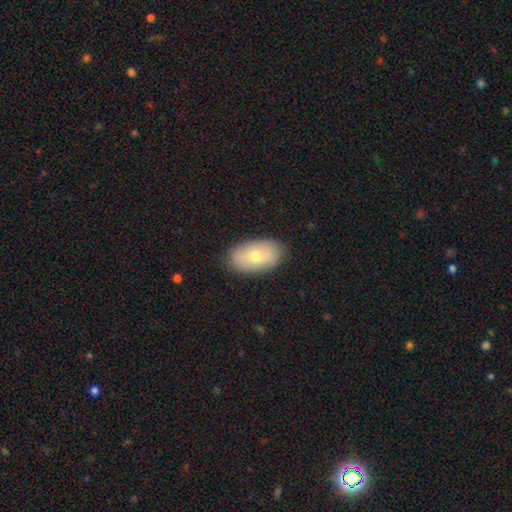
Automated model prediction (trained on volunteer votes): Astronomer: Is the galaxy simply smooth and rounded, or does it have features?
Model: smooth — 68%.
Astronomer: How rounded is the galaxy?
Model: in between — 93%.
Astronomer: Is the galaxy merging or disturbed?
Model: none — 86%.